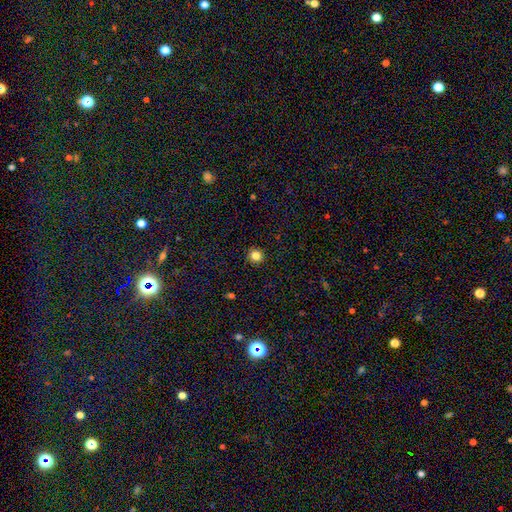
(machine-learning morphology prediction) This appears to be a smooth galaxy with no disk features (83%) that is round (94%). Merging: none (92%).